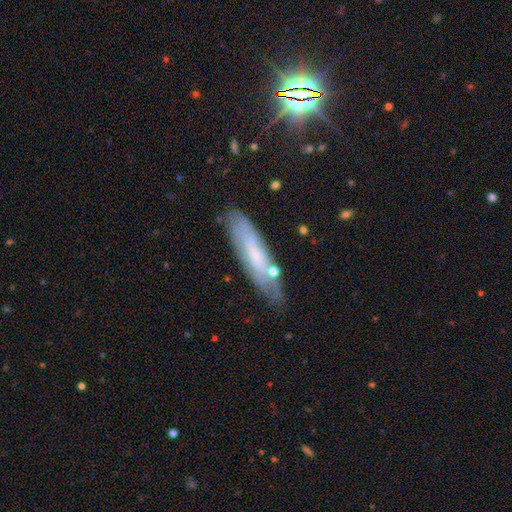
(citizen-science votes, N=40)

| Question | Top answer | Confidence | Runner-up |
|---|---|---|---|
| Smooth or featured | smooth | 50% | featured or disk (38%) |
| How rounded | cigar-shaped | 70% | in between (30%) |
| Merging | none | 71% | minor disturbance (26%) |